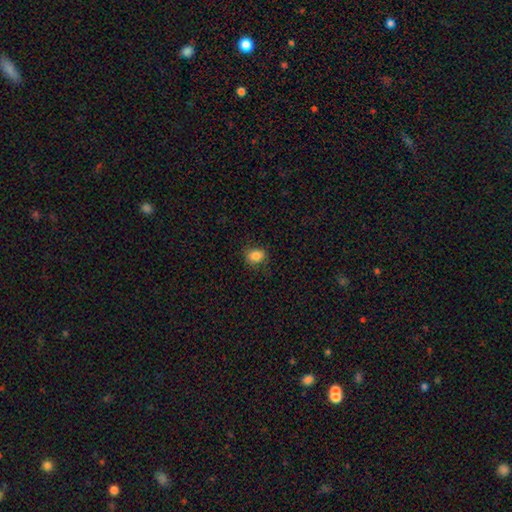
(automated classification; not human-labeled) Smooth or featured? Predicted: smooth (p=0.84). How rounded? Predicted: round (p=0.51). Merging? Predicted: none (p=0.80).